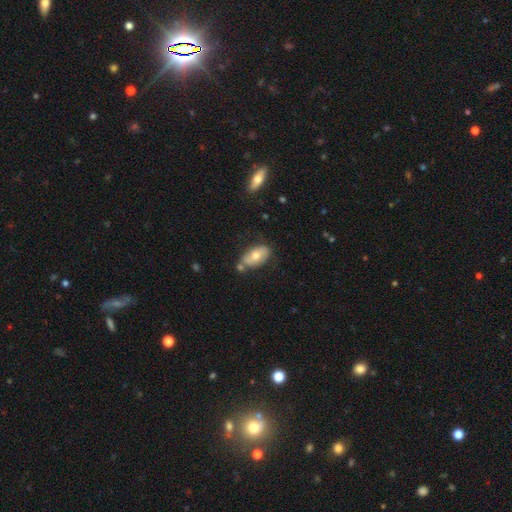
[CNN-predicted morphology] smooth-or-featured: smooth: 66% | featured or disk: 27% | star or artifact: 7%
  how-rounded: in between: 92% | round: 4% | cigar-shaped: 4%
  merging: none: 63% | minor disturbance: 19% | merger: 13% | major disturbance: 5%